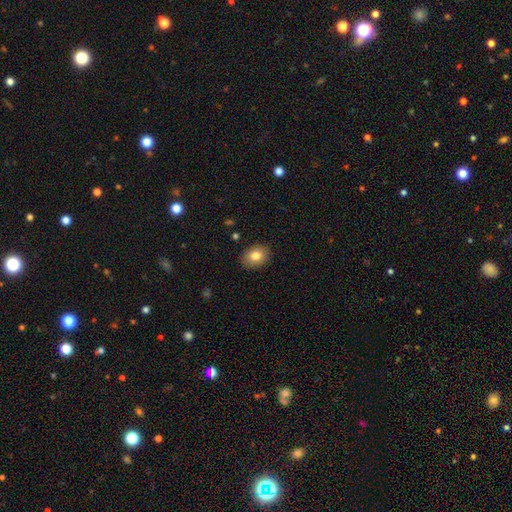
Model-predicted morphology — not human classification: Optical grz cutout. It shows a smooth galaxy with no disk features (82%) that is in between round and cigar-shaped (62%). Merging: none (88%).